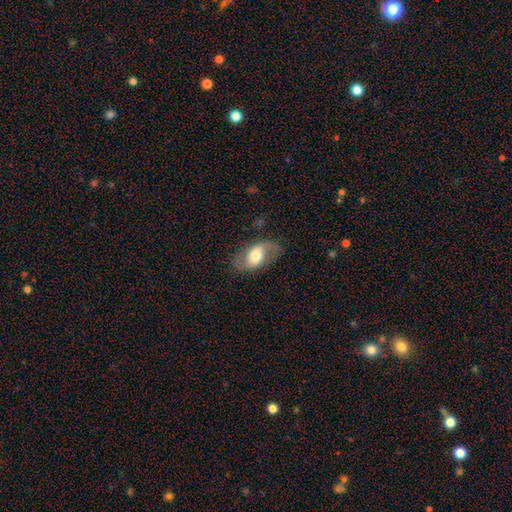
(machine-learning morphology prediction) featured or disk 60%, smooth 33%, star or artifact 7%. Down the decision tree: edge-on disk — no (93%); bar — no (47%); spiral arms — yes (77%); bulge size — moderate (60%); merging — none (74%).